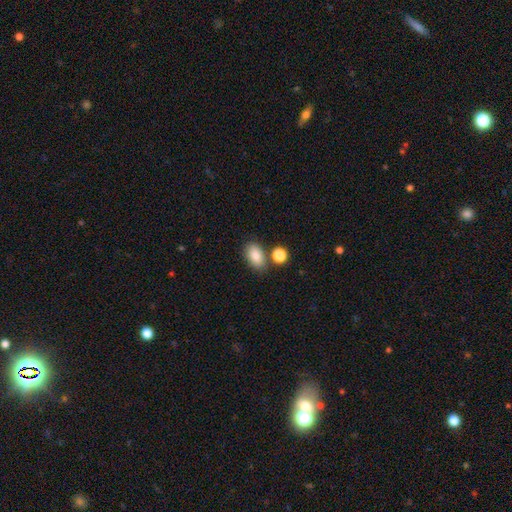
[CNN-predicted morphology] Smooth or featured? Predicted: smooth (p=0.86). How rounded? Predicted: in between (p=0.89). Merging? Predicted: none (p=0.74).